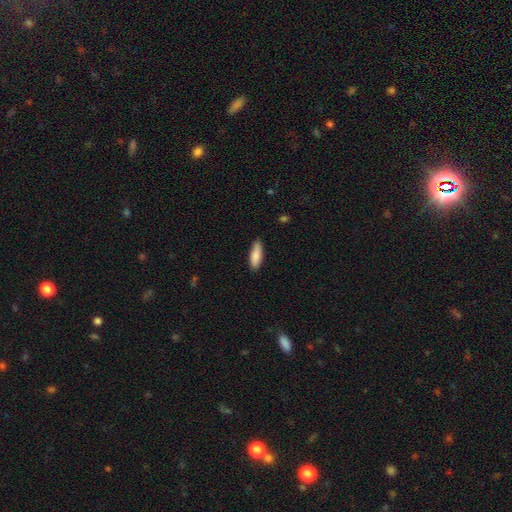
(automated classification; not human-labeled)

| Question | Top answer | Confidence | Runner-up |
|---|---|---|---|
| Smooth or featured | smooth | 87% | featured or disk (8%) |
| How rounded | in between | 53% | cigar-shaped (46%) |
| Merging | none | 85% | minor disturbance (12%) |